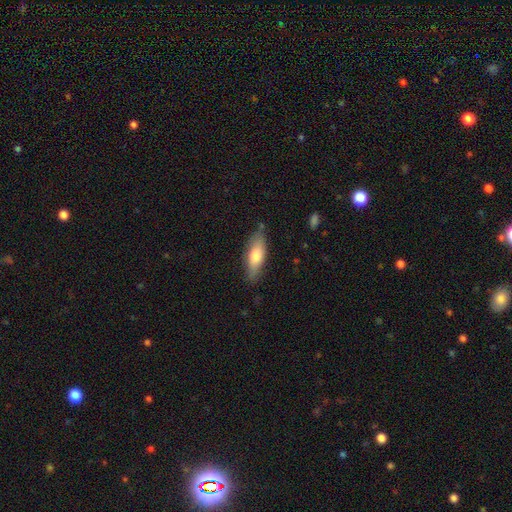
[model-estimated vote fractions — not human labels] Smooth or featured?
  - smooth: 72% *
  - featured or disk: 22%
  - star or artifact: 6%
How rounded?
  - in between: 62% *
  - cigar-shaped: 35%
  - round: 2%
Merging?
  - none: 76% *
  - minor disturbance: 18%
  - major disturbance: 3%
  - merger: 2%